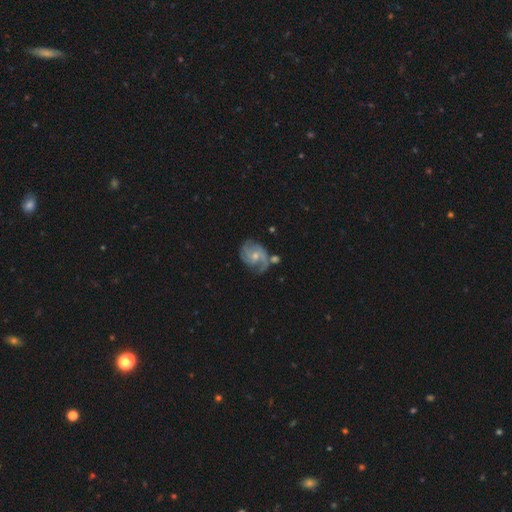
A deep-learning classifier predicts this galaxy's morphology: The model was most divided on "spiral winding": medium: 45%, tight: 40%, loose: 15%. Remaining: edge-on disk — no (98%); spiral arms — yes (95%); smooth or featured — featured or disk (83%); bar — no (62%); merging — none (56%); bulge size — small (51%); spiral arm count — 3 (36%).